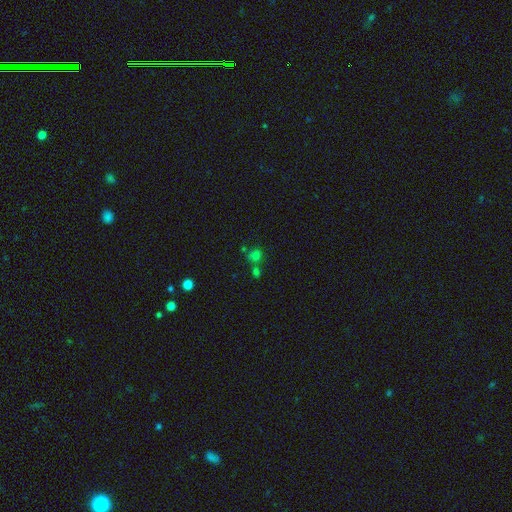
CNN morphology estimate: This is likely a smooth galaxy (62%). How rounded: likely round (76%). Merging: possibly none (56%).